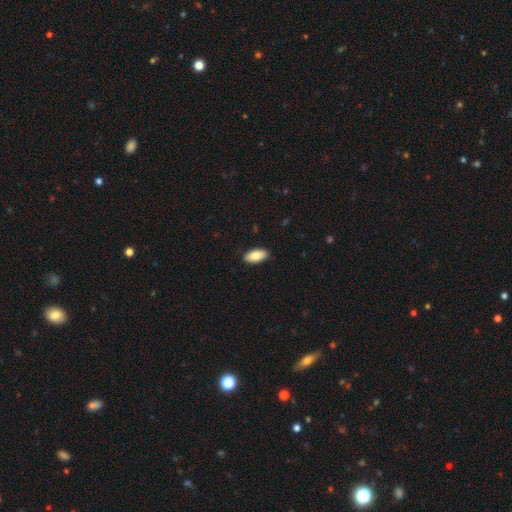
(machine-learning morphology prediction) A smooth galaxy with no disk features (84%) that is in between round and cigar-shaped (93%). Merging: none (89%).